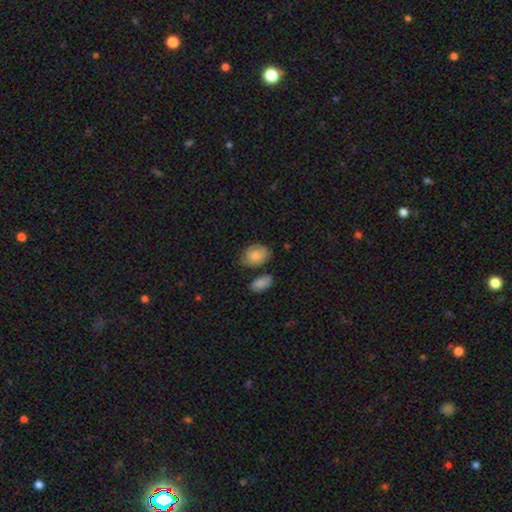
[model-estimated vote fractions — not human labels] Overall: smooth (84%). How rounded: in between (82%). Merging: none (66%).